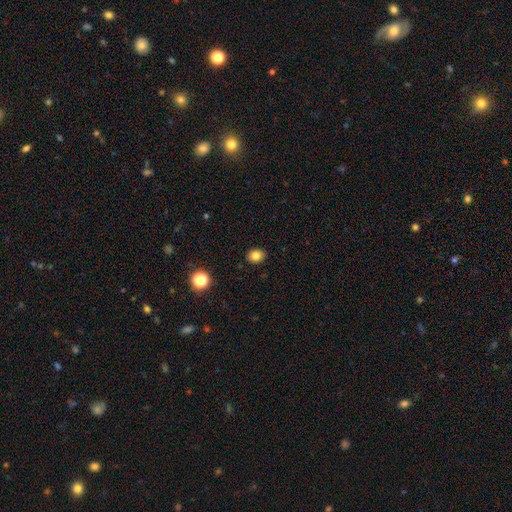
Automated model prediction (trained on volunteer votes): smooth-or-featured: smooth: 81% | star or artifact: 12% | featured or disk: 7%
  how-rounded: round: 56% | in between: 43% | cigar-shaped: 1%
  merging: none: 90% | minor disturbance: 7% | major disturbance: 2% | merger: 1%